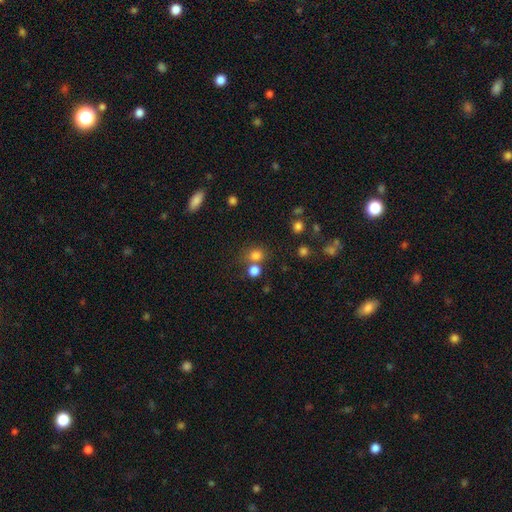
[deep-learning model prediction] smooth_or_featured: smooth (p=0.77) [alt: star or artifact p=0.17]
how_rounded: round (p=0.74) [alt: in between p=0.25]
merging: none (p=0.60) [alt: merger p=0.25]